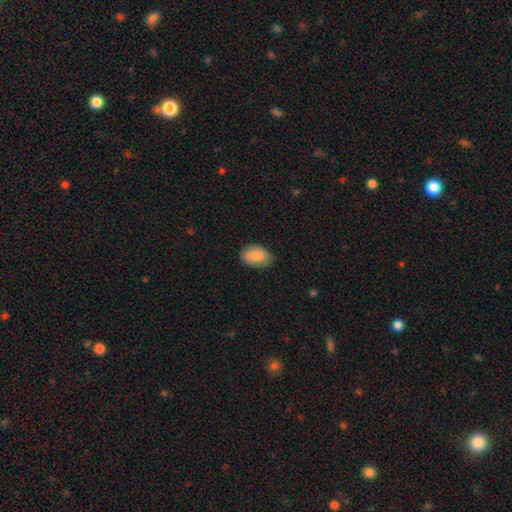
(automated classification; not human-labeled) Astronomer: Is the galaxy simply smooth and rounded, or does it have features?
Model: smooth — 86%.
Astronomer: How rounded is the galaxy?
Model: in between — 89%.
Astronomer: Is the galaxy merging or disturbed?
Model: none — 78%.